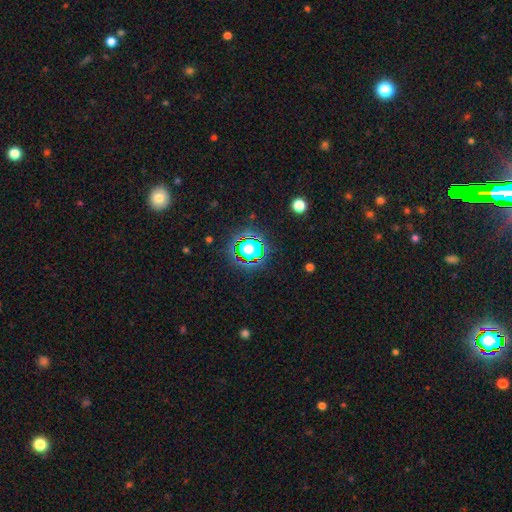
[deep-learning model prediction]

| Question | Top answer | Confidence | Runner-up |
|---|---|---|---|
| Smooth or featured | star or artifact | 69% | smooth (21%) |